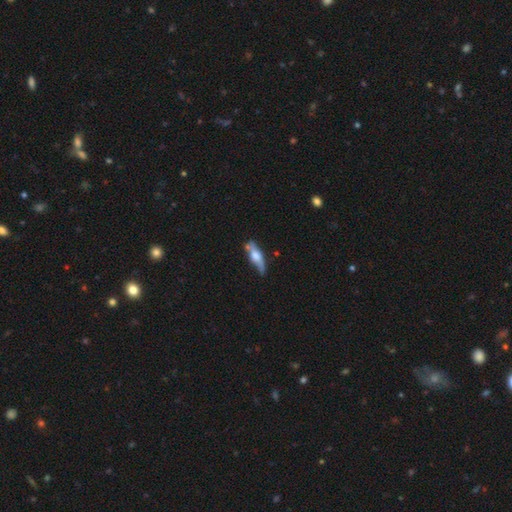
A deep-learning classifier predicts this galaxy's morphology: smooth-or-featured: featured or disk: 49% | smooth: 44% | star or artifact: 6%
  merging: none: 58% | minor disturbance: 26% | major disturbance: 8% | merger: 8%